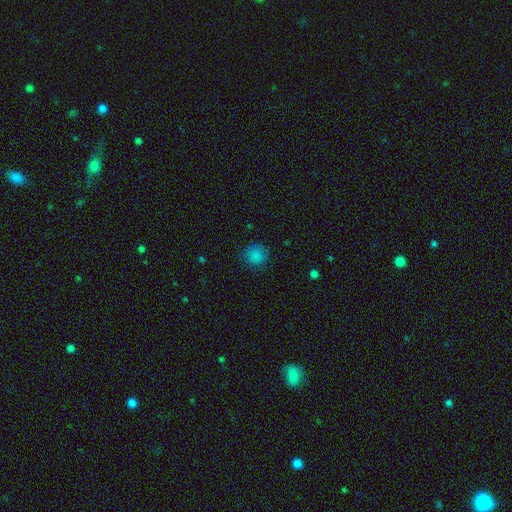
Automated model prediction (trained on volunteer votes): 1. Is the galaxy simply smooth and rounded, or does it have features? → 84% smooth, 13% star or artifact, 3% featured or disk.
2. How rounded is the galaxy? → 91% round, 8% in between, 1% cigar-shaped.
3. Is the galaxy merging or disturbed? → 85% none, 11% minor disturbance, 3% major disturbance, 1% merger.